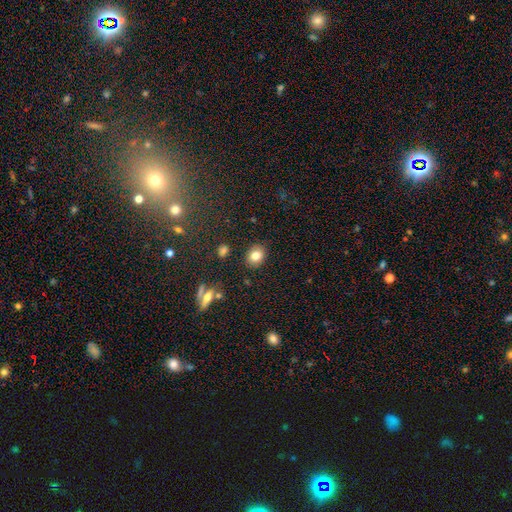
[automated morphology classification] Smooth or featured? Predicted: smooth (p=0.80). How rounded? Predicted: round (p=0.51). Merging? Predicted: none (p=0.87).